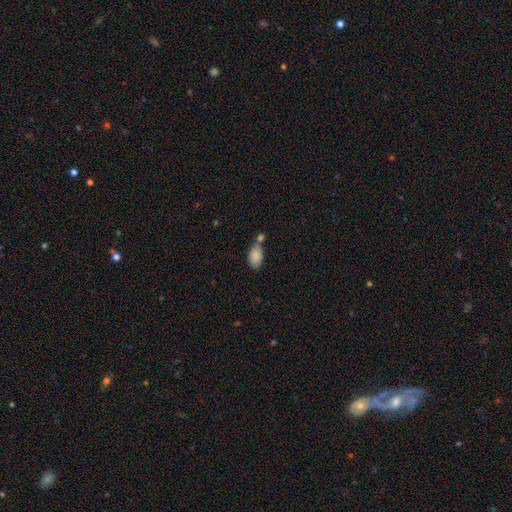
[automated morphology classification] The model was most divided on "merging": none: 45%, merger: 33%, minor disturbance: 17%, major disturbance: 5%. More confident: how rounded — in between (93%); smooth or featured — smooth (86%).